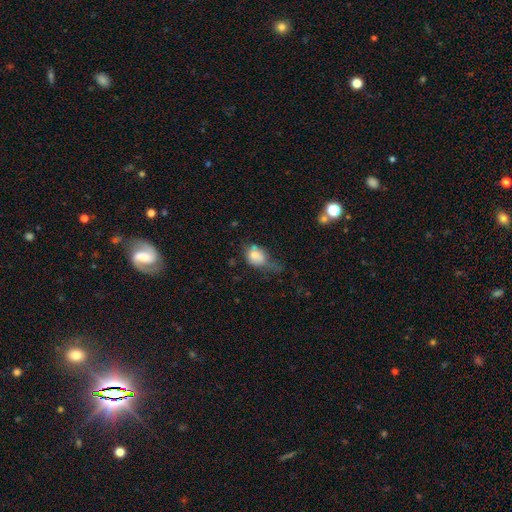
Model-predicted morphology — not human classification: Smooth or featured? smooth (74%)
How rounded? in between (61%)
Merging? minor disturbance (34%)